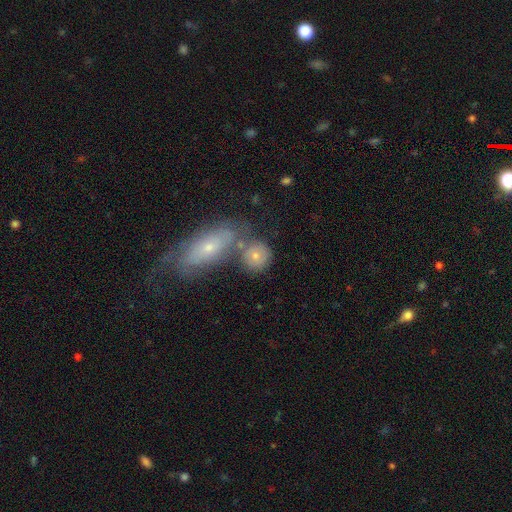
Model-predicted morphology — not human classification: This appears to be a smooth galaxy with no disk features (71%) that is round (80%). Merging: none (58%).